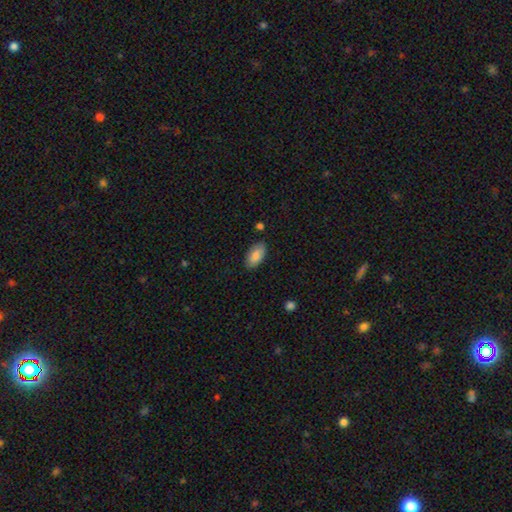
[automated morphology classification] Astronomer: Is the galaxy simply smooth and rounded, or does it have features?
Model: smooth — 84%.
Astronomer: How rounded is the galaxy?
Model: in between — 93%.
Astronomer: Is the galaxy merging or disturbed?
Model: none — 83%.